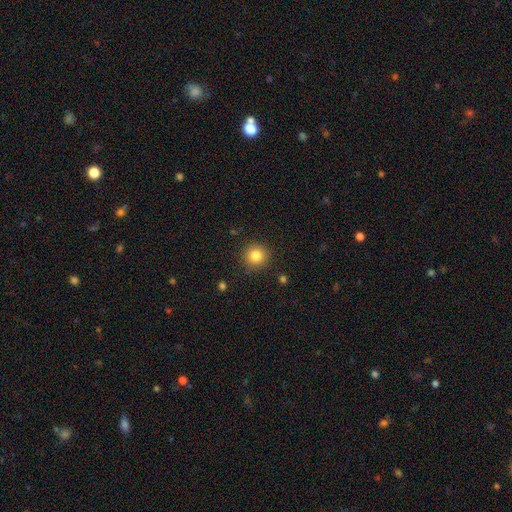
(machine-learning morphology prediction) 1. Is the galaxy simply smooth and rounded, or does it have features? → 83% smooth, 11% star or artifact, 6% featured or disk.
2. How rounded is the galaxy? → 92% round, 7% in between, 1% cigar-shaped.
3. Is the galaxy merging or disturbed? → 89% none, 8% minor disturbance, 2% major disturbance, 1% merger.